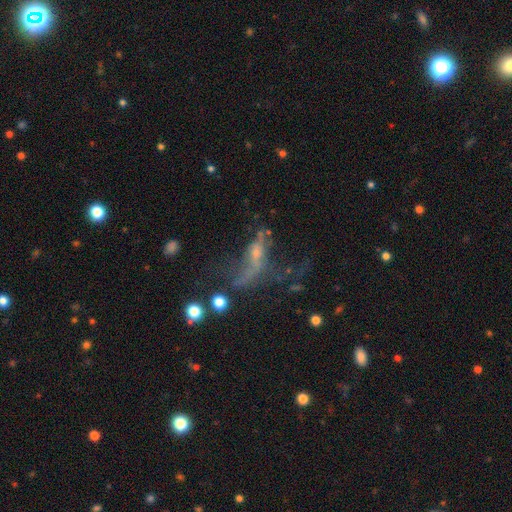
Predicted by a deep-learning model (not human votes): featured or disk 57%, smooth 23%, star or artifact 20%. Down the decision tree: edge-on disk — no (76%); merging — major disturbance (42%).